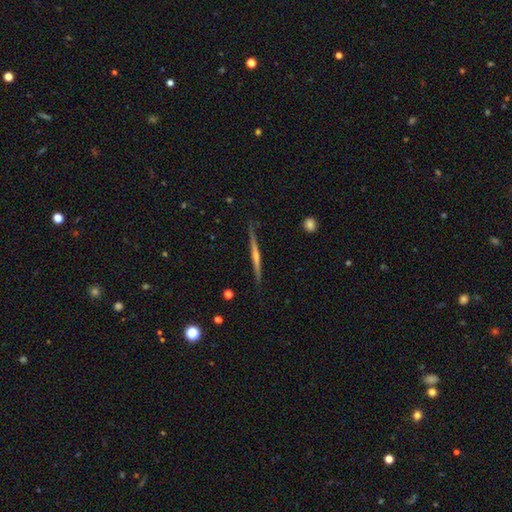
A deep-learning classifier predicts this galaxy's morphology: Q: Smooth or featured?
A: featured or disk (76%); runner-up: smooth (17%)
Q: Edge-on disk?
A: yes (98%); runner-up: no (2%)
Q: Edge-on bulge?
A: rounded (61%); runner-up: none (30%)
Q: Merging?
A: none (89%); runner-up: minor disturbance (8%)